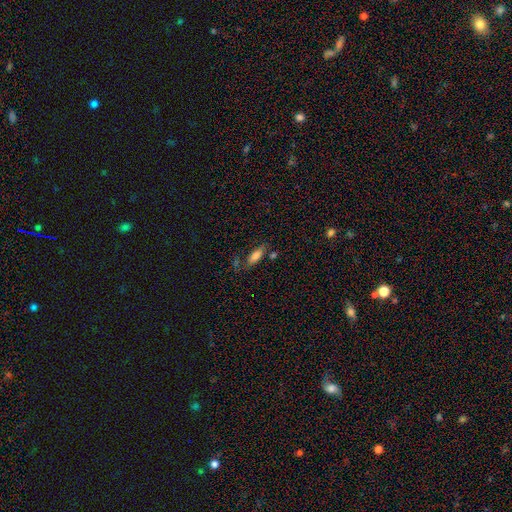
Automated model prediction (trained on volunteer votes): Smooth or featured? Predicted: smooth (p=0.76). How rounded? Predicted: in between (p=0.69). Merging? Predicted: none (p=0.66).